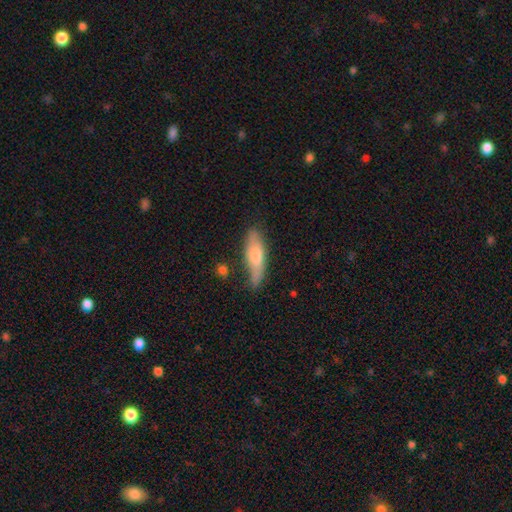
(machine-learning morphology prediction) type=smooth (64%); roundness=cigar-shaped (57%); merging=none (68%).